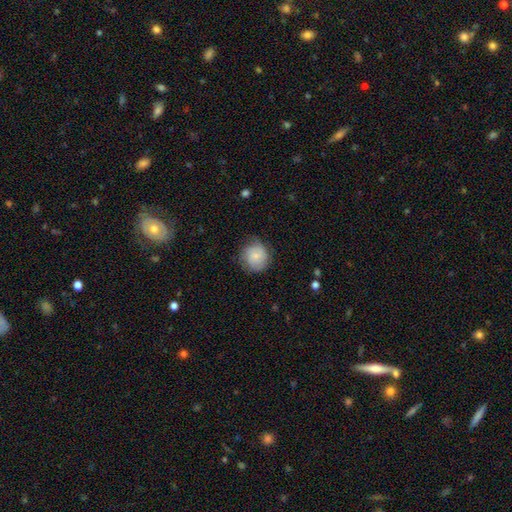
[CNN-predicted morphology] This appears to be a smooth galaxy with no disk features (70%) that is round (90%). Merging: none (71%).